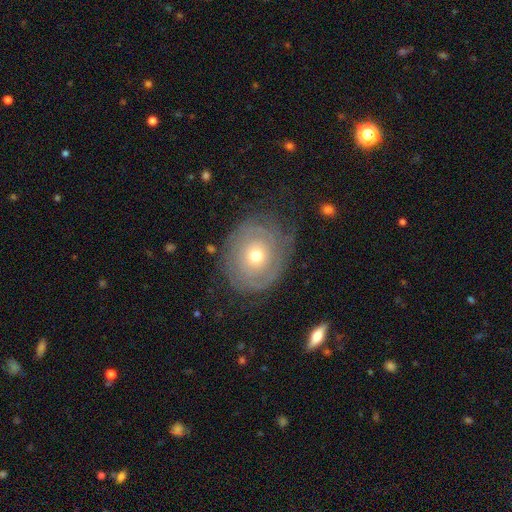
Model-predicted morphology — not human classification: Q: Smooth or featured?
A: featured or disk (62%); runner-up: smooth (30%)
Q: Edge-on disk?
A: no (96%); runner-up: yes (4%)
Q: Bar?
A: no (88%); runner-up: weak (10%)
Q: Spiral arms?
A: yes (70%); runner-up: no (30%)
Q: Bulge size?
A: moderate (59%); runner-up: small (36%)
Q: Merging?
A: none (70%); runner-up: minor disturbance (19%)